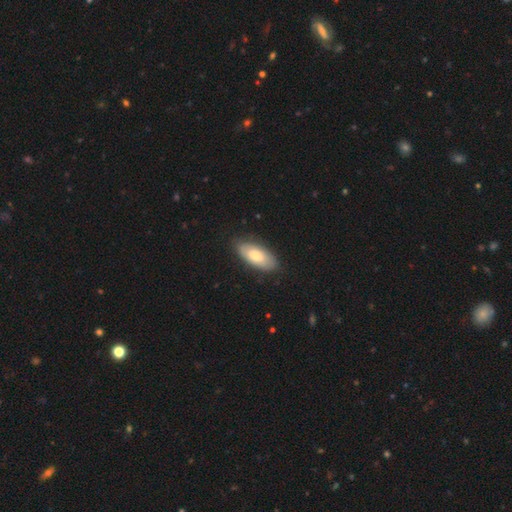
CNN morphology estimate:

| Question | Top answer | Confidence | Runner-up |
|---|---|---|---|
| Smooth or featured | smooth | 70% | featured or disk (25%) |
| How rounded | in between | 88% | cigar-shaped (10%) |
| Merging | none | 82% | minor disturbance (14%) |